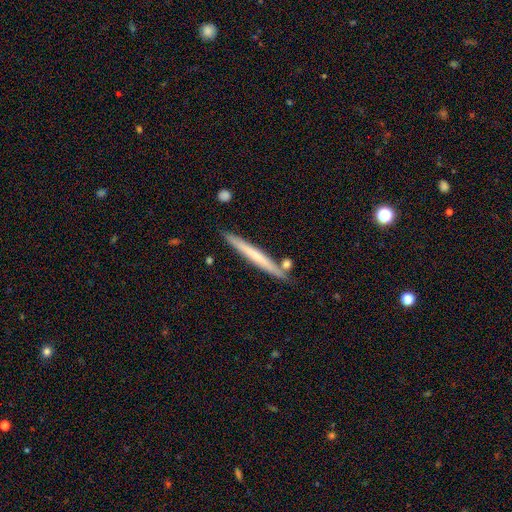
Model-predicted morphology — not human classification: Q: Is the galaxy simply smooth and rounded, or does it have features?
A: smooth — 55%.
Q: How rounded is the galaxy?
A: cigar-shaped — 97%.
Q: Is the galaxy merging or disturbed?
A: none — 85%.